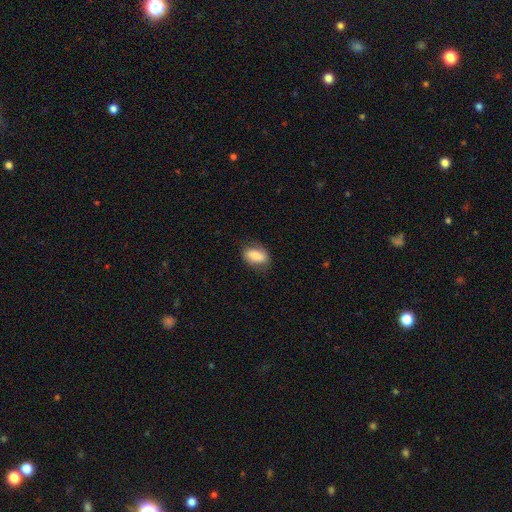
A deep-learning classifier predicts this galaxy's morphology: This appears to be a smooth galaxy with no disk features (78%) that is in between round and cigar-shaped (88%). Merging: none (74%).